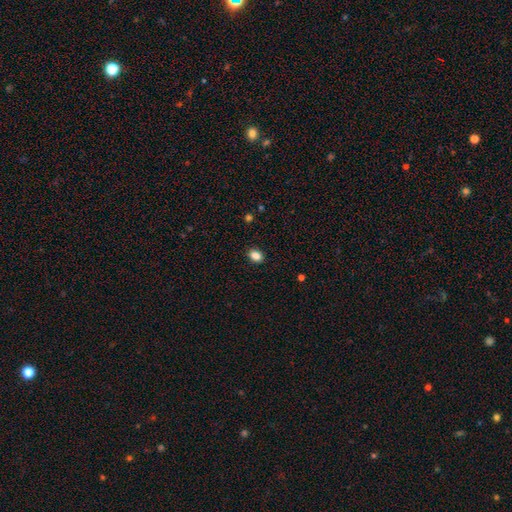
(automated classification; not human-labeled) smooth_or_featured: smooth (p=0.86) [alt: star or artifact p=0.10]
how_rounded: in between (p=0.72) [alt: round p=0.27]
merging: none (p=0.89) [alt: minor disturbance p=0.08]